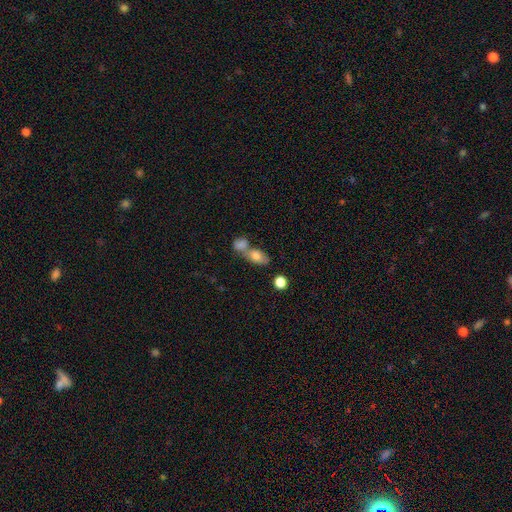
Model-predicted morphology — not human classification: This is likely a smooth galaxy (77%). How rounded: clearly in between (83%). Merging: possibly merger (57%).